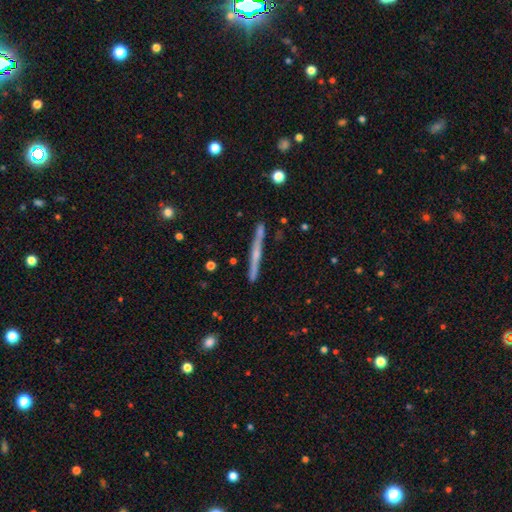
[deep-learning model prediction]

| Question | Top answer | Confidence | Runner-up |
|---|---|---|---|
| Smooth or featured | featured or disk | 65% | smooth (29%) |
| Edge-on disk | yes | 97% | no (3%) |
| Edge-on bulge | rounded | 52% | none (41%) |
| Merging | none | 87% | minor disturbance (9%) |